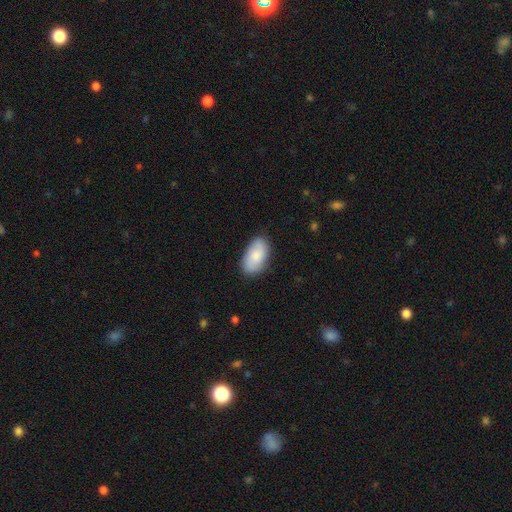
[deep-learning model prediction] This appears to be a smooth galaxy with no disk features (76%) that is in between round and cigar-shaped (94%). Merging: none (81%).